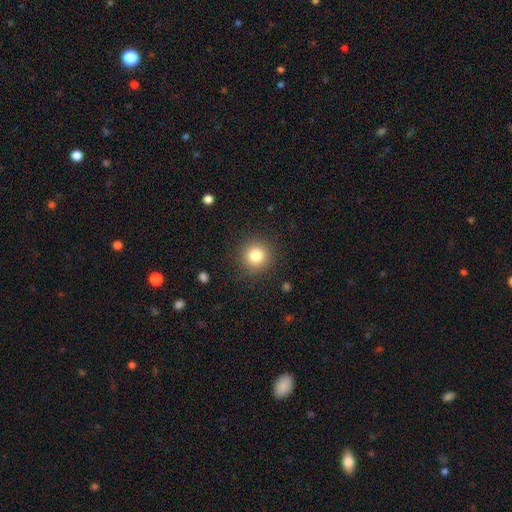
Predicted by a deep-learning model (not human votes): smooth 81%, star or artifact 12%, featured or disk 7%. Down the decision tree: how rounded — round (94%); merging — none (89%).